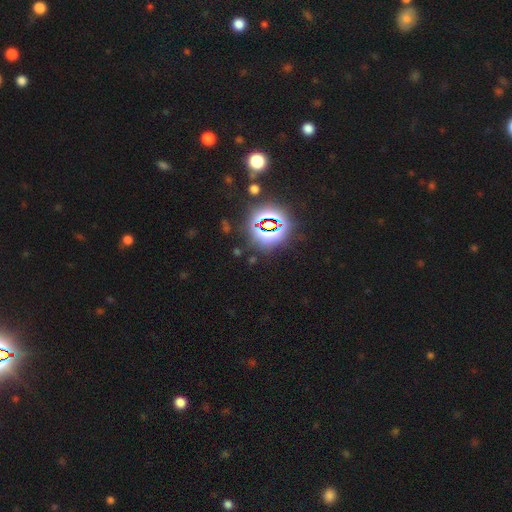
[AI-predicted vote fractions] smooth-or-featured: star or artifact: 78% | smooth: 14% | featured or disk: 8%